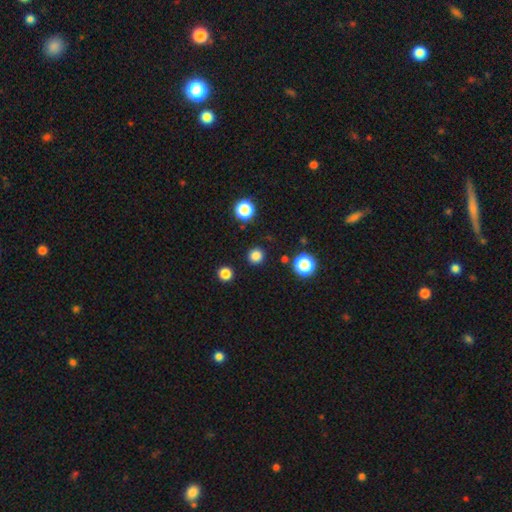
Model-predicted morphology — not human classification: smooth-or-featured: smooth: 82% | star or artifact: 15% | featured or disk: 3%
  how-rounded: round: 95% | in between: 4% | cigar-shaped: 1%
  merging: none: 91% | minor disturbance: 5% | major disturbance: 2% | merger: 2%